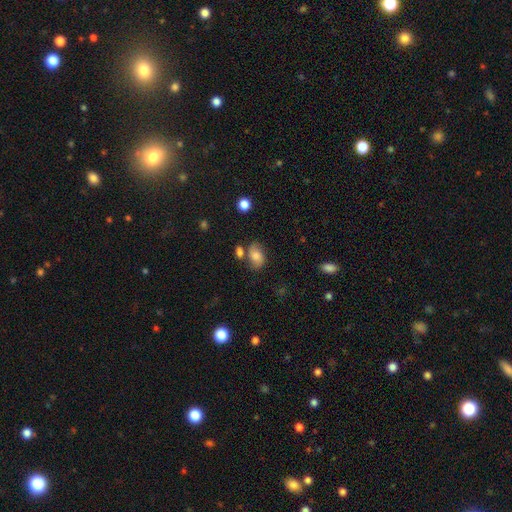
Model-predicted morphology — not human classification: smooth 68%, featured or disk 22%, star or artifact 10%. Down the decision tree: how rounded — in between (82%); merging — none (60%).